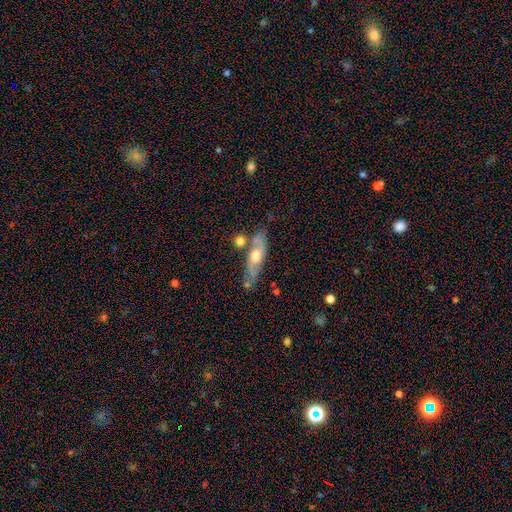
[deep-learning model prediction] Q: Smooth or featured?
A: featured or disk (61%); runner-up: smooth (33%)
Q: Edge-on disk?
A: no (58%); runner-up: yes (42%)
Q: Merging?
A: none (63%); runner-up: minor disturbance (19%)